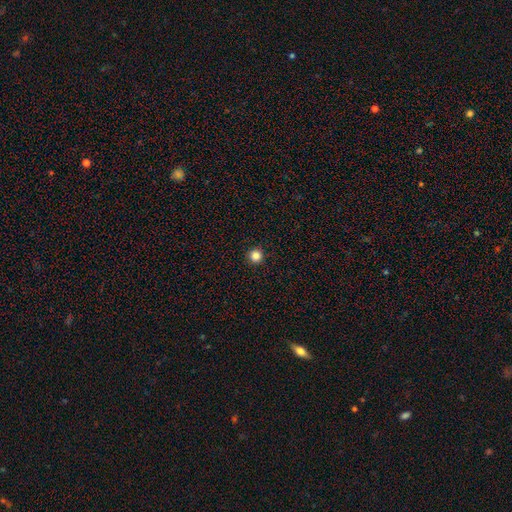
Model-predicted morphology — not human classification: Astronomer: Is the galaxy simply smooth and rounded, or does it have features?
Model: smooth — 84%.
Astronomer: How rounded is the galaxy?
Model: round — 96%.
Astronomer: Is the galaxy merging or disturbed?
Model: none — 94%.